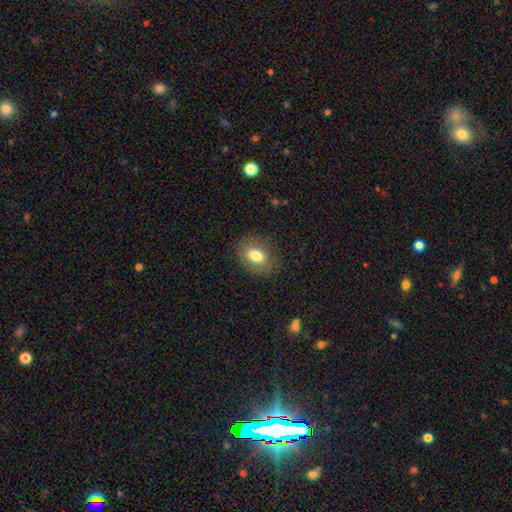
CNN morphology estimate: smooth 77%, featured or disk 13%, star or artifact 9%. Down the decision tree: how rounded — in between (70%); merging — none (83%).